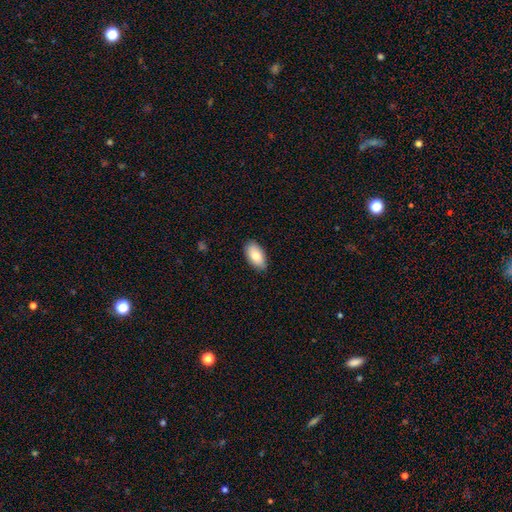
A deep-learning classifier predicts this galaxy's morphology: This appears to be a smooth galaxy with no disk features (82%) that is in between round and cigar-shaped (94%). Merging: none (87%).